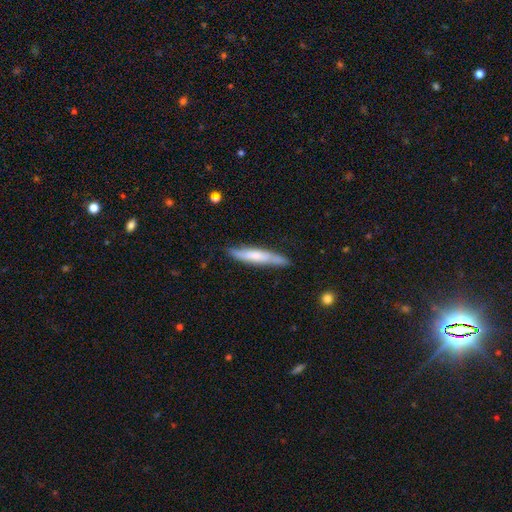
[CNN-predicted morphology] Q: Smooth or featured?
A: smooth (57%); runner-up: featured or disk (38%)
Q: How rounded?
A: cigar-shaped (90%); runner-up: in between (9%)
Q: Merging?
A: none (78%); runner-up: minor disturbance (17%)